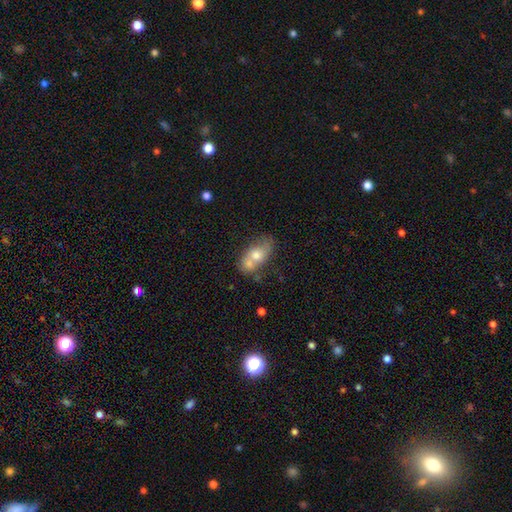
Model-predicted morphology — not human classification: A smooth galaxy with no disk features (58%) that is in between round and cigar-shaped (77%). Merging: none (39%).